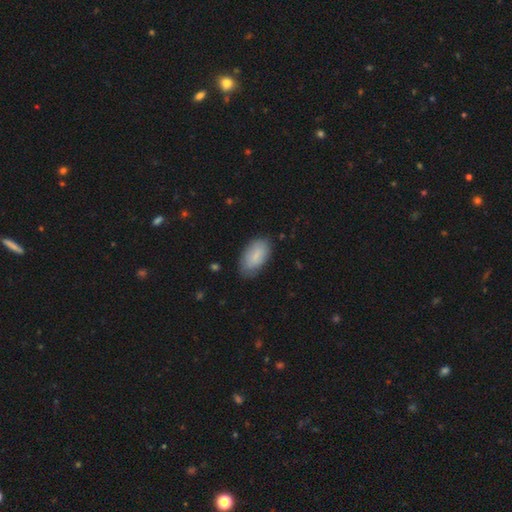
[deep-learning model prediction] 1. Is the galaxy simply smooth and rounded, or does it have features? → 82% smooth, 12% featured or disk, 6% star or artifact.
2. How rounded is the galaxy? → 94% in between, 3% round, 3% cigar-shaped.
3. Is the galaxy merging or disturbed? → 74% none, 20% minor disturbance, 4% major disturbance, 1% merger.